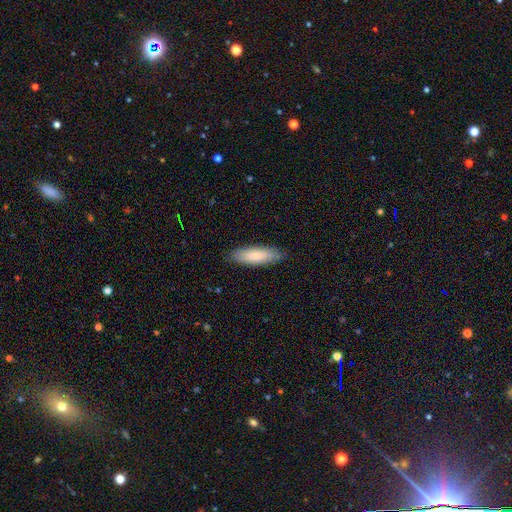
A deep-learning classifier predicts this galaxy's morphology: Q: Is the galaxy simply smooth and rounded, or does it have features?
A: smooth — 82%.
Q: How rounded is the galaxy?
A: in between — 49%, tied with cigar-shaped.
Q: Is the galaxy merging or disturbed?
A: none — 86%.